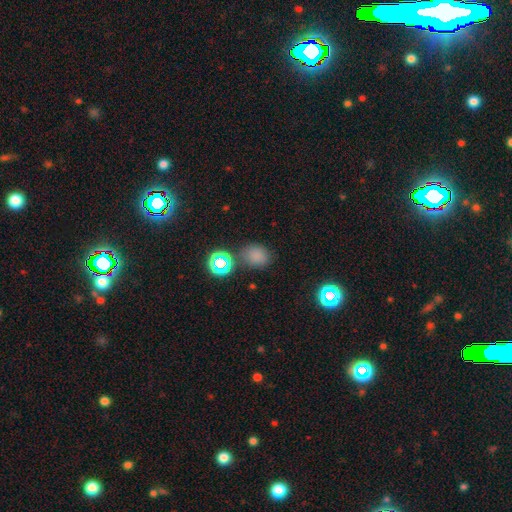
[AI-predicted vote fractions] Smooth or featured: smooth — 74% (star or artifact — 21%)
How rounded: round — 66% (in between — 33%)
Merging: none — 73% (minor disturbance — 14%)